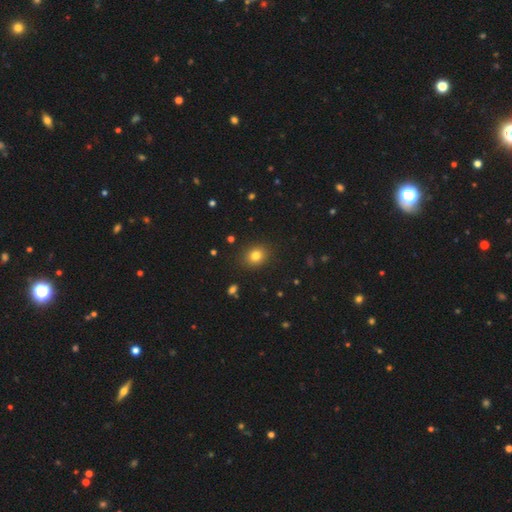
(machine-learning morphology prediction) smooth_or_featured: smooth (p=0.80) [alt: star or artifact p=0.13]
how_rounded: round (p=0.64) [alt: in between p=0.35]
merging: none (p=0.89) [alt: minor disturbance p=0.07]